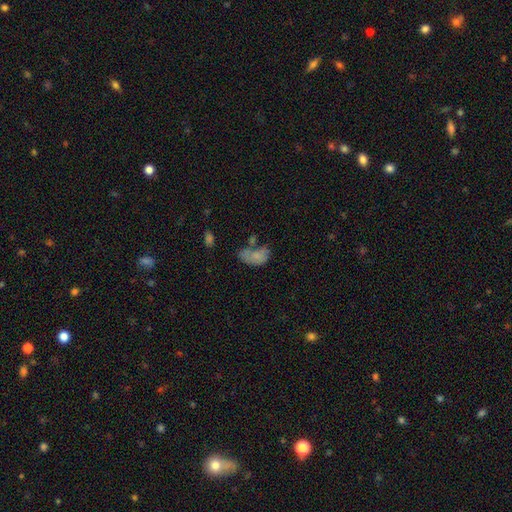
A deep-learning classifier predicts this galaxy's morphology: smooth_or_featured: smooth (p=0.69) [alt: featured or disk p=0.21]
how_rounded: in between (p=0.89) [alt: round p=0.09]
merging: merger (p=0.29) [tied with: none p=0.29]